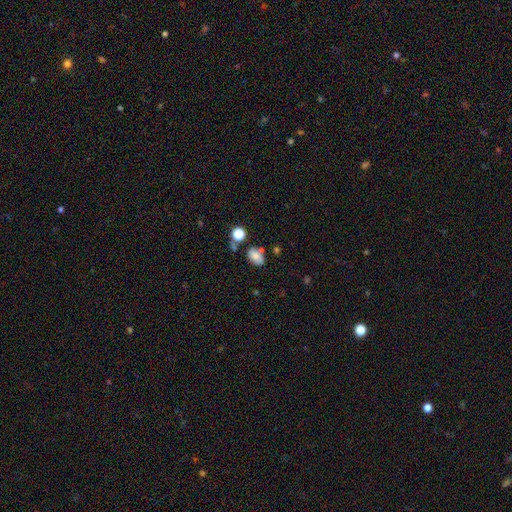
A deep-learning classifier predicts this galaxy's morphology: The model was most divided on "merging": none: 55%, minor disturbance: 23%, merger: 14%, major disturbance: 8%. More confident: how rounded — in between (79%); smooth or featured — smooth (68%).